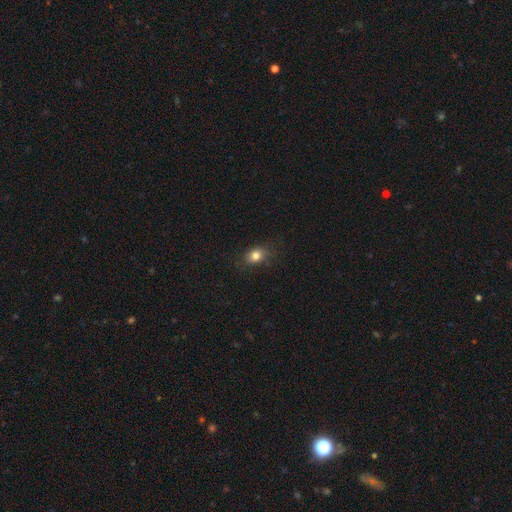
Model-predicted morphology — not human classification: The model was most divided on "how rounded": in between: 58%, round: 40%, cigar-shaped: 2%. More confident: smooth or featured — smooth (81%); merging — none (80%).